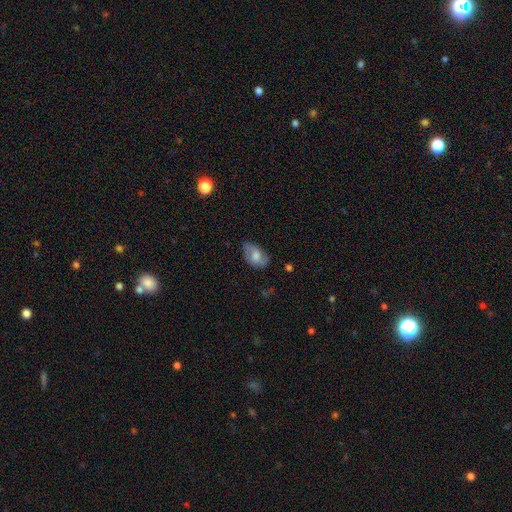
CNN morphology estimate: This is possibly a smooth galaxy (57%). How rounded: clearly in between (88%). Merging: likely none (62%).